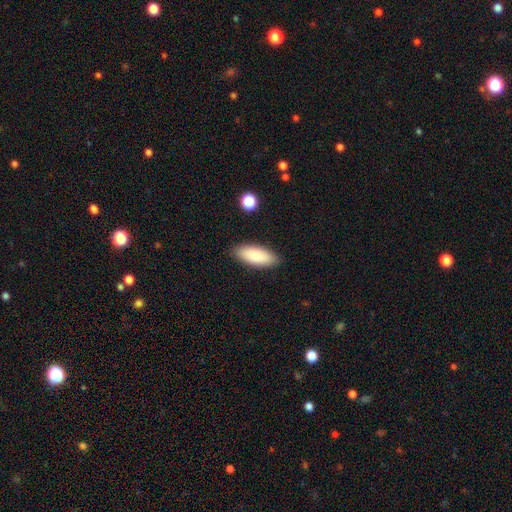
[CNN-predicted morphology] A smooth galaxy with no disk features (85%) that is in between round and cigar-shaped (77%). Merging: none (87%).